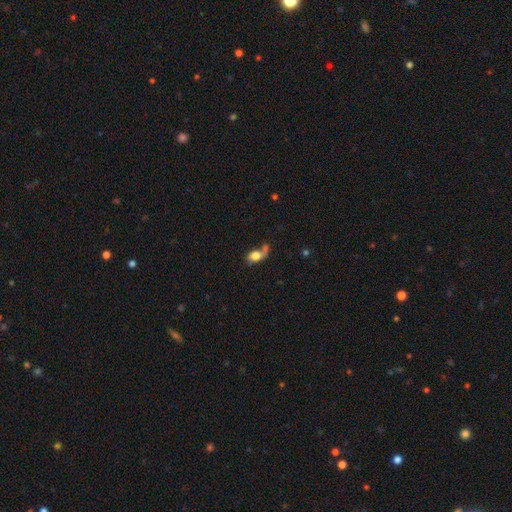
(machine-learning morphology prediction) type=smooth (67%); roundness=in between (80%); merging=none (31%).